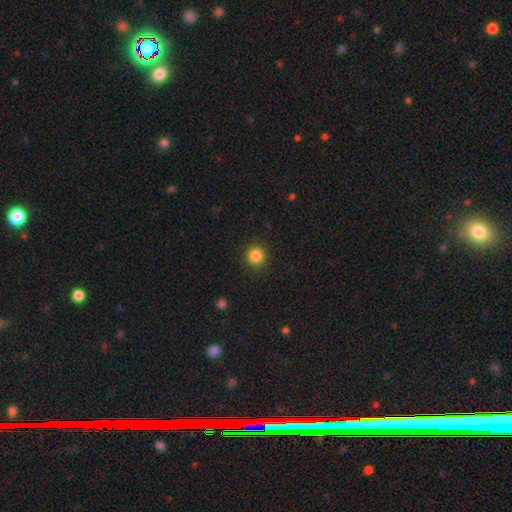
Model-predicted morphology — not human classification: smooth-or-featured: smooth: 85% | star or artifact: 11% | featured or disk: 4%
  how-rounded: round: 94% | in between: 5% | cigar-shaped: 1%
  merging: none: 91% | minor disturbance: 6% | major disturbance: 2% | merger: 1%